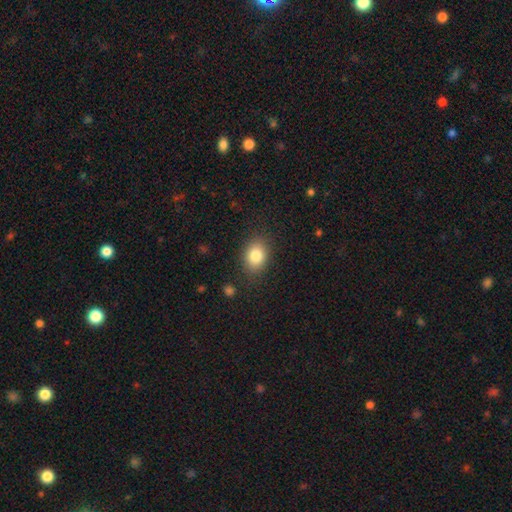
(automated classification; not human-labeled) Smooth or featured: smooth — 82% (star or artifact — 9%)
How rounded: in between — 69% (round — 30%)
Merging: none — 84% (minor disturbance — 11%)